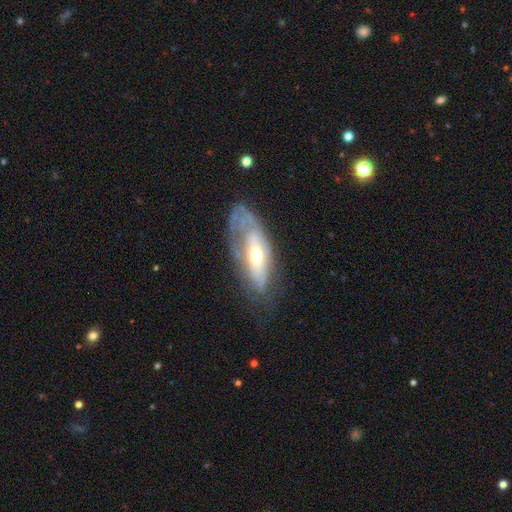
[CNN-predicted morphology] The model was most divided on "spiral arms": yes: 56%, no: 44%. Remaining: edge-on disk — no (81%); bar — no (68%); bulge size — moderate (67%); smooth or featured — featured or disk (66%); merging — none (50%).